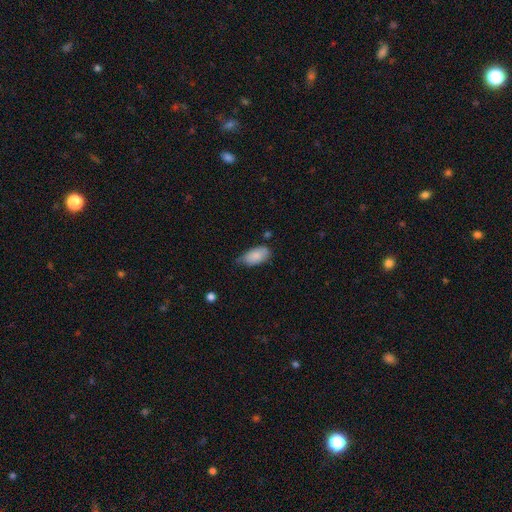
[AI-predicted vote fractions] smooth 86%, featured or disk 8%, star or artifact 7%. Down the decision tree: how rounded — in between (93%); merging — none (57%).